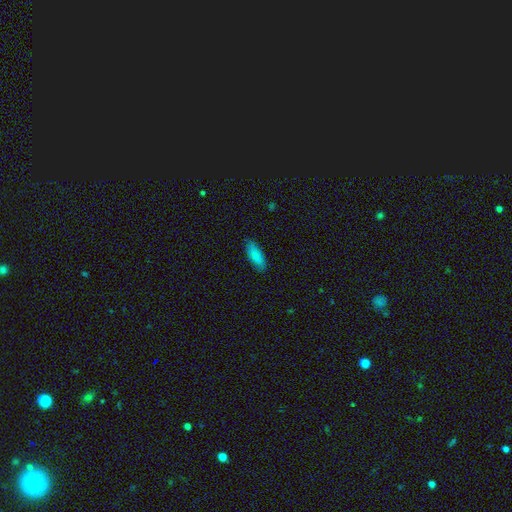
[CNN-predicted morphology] Smooth or featured?
  - smooth: 87% *
  - featured or disk: 7%
  - star or artifact: 6%
How rounded?
  - in between: 70% *
  - cigar-shaped: 28%
  - round: 2%
Merging?
  - none: 84% *
  - minor disturbance: 12%
  - major disturbance: 2%
  - merger: 1%